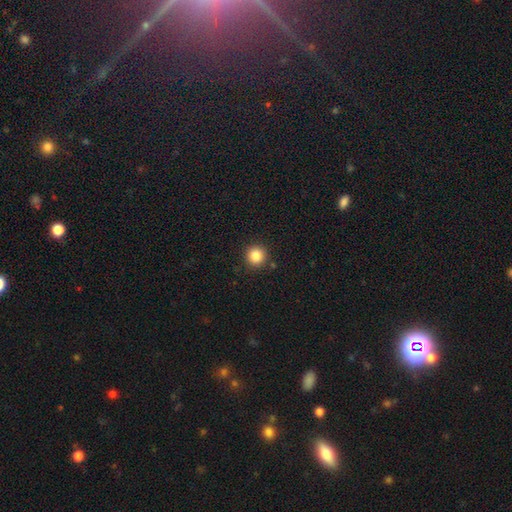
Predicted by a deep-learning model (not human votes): Smooth or featured? Predicted: smooth (p=0.85). How rounded? Predicted: round (p=0.94). Merging? Predicted: none (p=0.91).